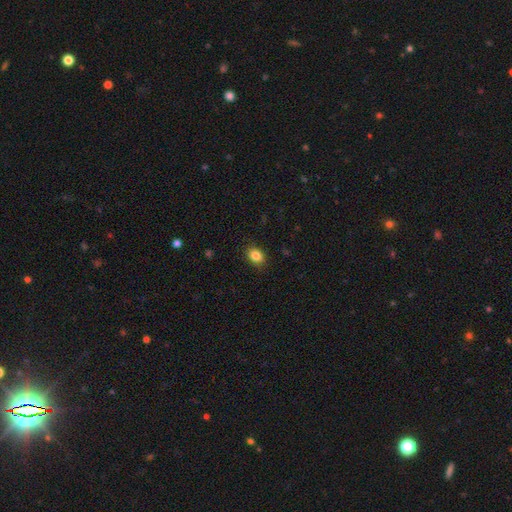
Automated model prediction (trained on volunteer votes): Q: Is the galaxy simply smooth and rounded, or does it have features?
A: smooth — 85%.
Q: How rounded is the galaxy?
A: in between — 58%.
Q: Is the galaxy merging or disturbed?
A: none — 88%.